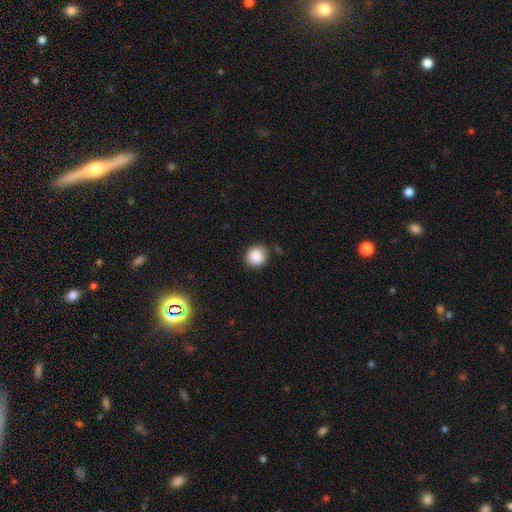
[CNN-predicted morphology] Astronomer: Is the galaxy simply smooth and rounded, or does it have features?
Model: smooth — 87%.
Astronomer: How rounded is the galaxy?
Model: round — 84%.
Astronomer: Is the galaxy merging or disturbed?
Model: none — 81%.